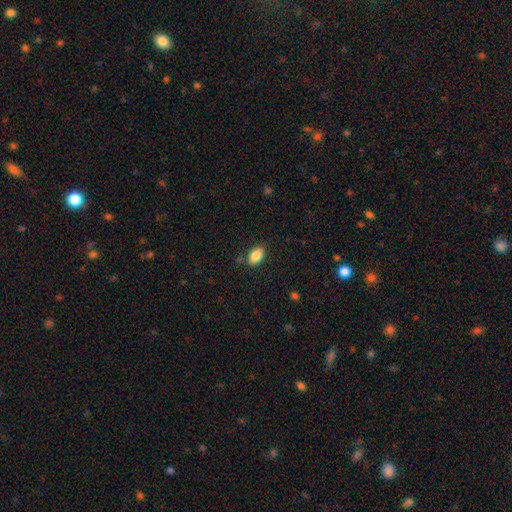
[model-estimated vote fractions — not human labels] Smooth or featured: smooth — 85% (star or artifact — 8%)
How rounded: in between — 91% (round — 6%)
Merging: none — 84% (minor disturbance — 11%)